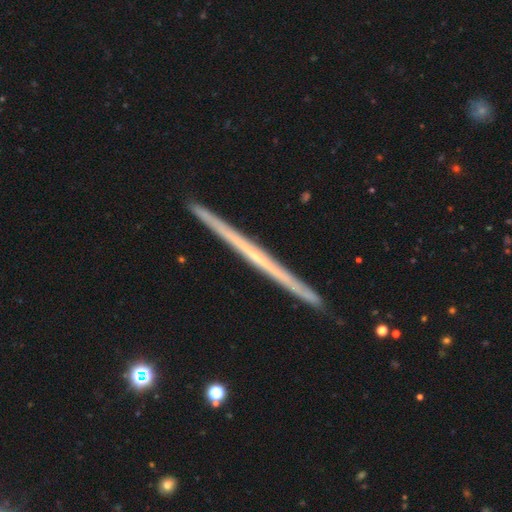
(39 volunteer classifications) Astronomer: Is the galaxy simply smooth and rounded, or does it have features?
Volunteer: featured or disk — 79%.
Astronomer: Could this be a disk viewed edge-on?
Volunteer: yes — 100%.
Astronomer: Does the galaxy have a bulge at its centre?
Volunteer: none — 87%.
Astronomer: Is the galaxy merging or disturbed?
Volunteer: none — 95%.